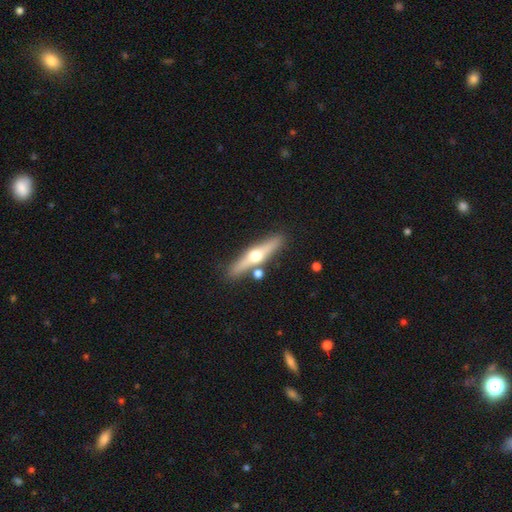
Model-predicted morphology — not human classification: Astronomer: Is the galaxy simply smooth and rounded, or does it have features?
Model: featured or disk — 66%.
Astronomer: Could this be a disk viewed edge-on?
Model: yes — 95%.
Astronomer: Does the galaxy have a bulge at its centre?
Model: rounded — 96%.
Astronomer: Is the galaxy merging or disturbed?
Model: none — 83%.